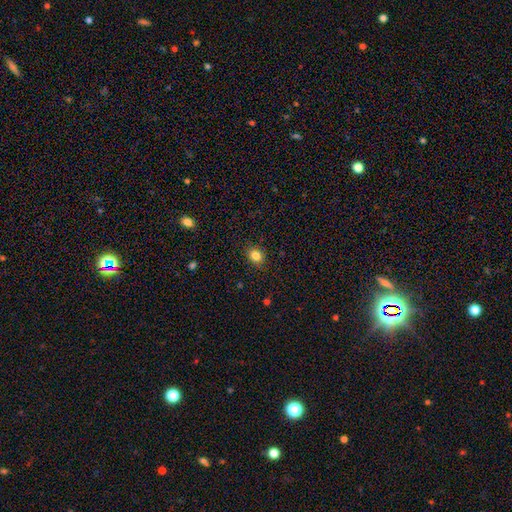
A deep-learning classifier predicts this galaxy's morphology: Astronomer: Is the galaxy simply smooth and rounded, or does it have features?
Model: smooth — 83%.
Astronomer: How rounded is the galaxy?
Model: round — 58% (runner-up: in between, 41%).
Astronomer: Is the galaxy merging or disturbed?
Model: none — 87%.